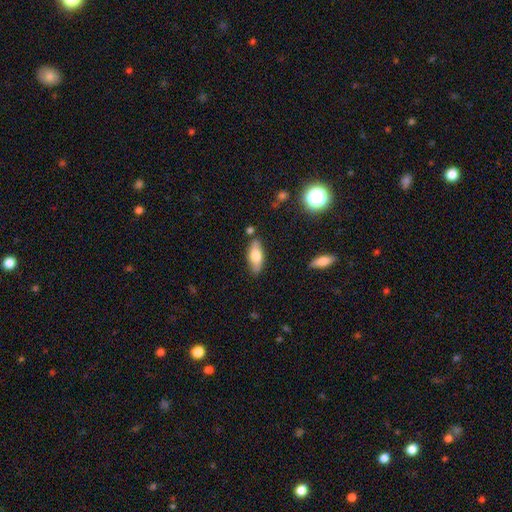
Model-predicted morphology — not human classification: smooth 69%, featured or disk 25%, star or artifact 7%. Down the decision tree: how rounded — in between (79%); merging — none (80%).